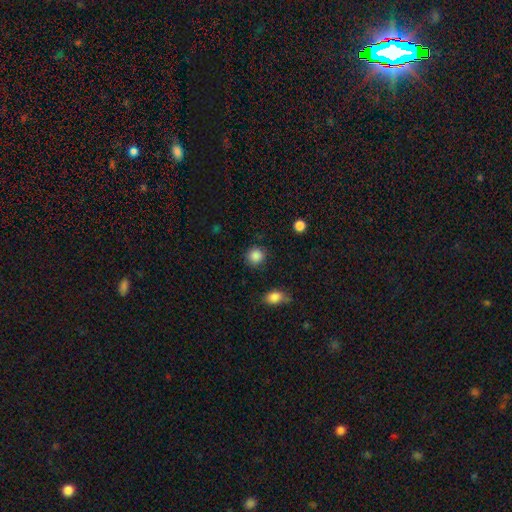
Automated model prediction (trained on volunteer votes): smooth_or_featured: smooth (p=0.87) [alt: star or artifact p=0.10]
how_rounded: round (p=0.90) [alt: in between p=0.09]
merging: none (p=0.87) [alt: minor disturbance p=0.09]